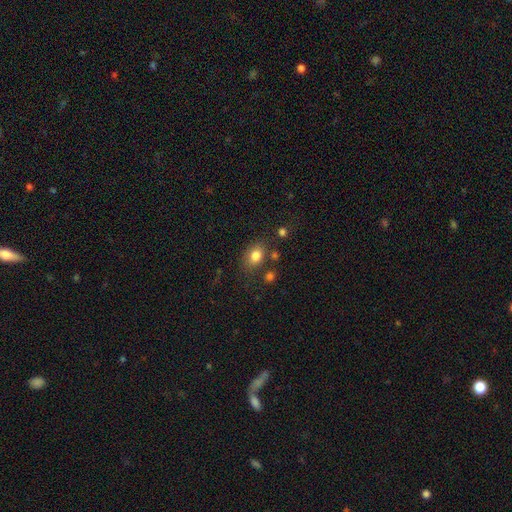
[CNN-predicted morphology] Smooth or featured: smooth — 82% (star or artifact — 10%)
How rounded: in between — 70% (round — 28%)
Merging: none — 74% (minor disturbance — 15%)